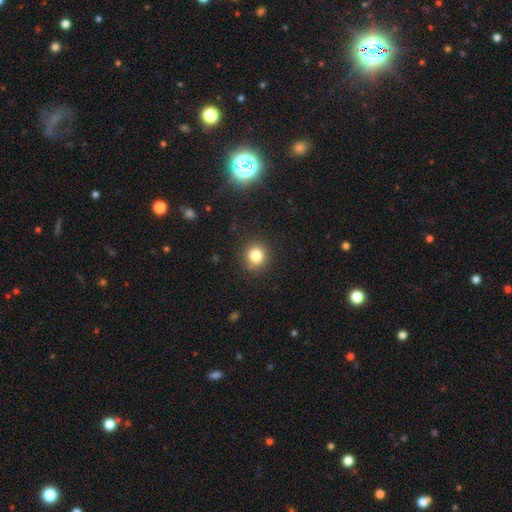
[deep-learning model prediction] A smooth galaxy with no disk features (81%) that is round (90%). Merging: none (89%).